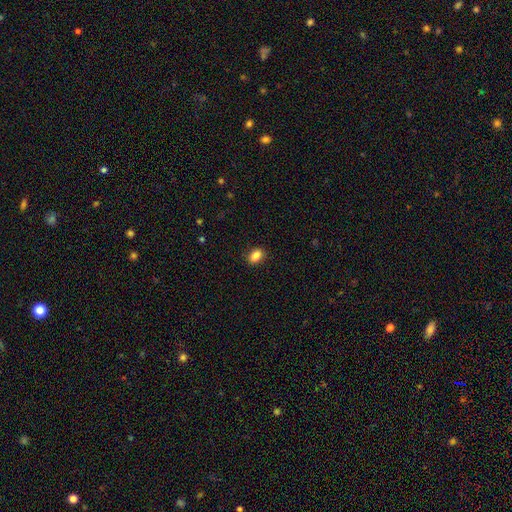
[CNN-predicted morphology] smooth 86%, star or artifact 9%, featured or disk 5%. Down the decision tree: how rounded — in between (80%); merging — none (88%).